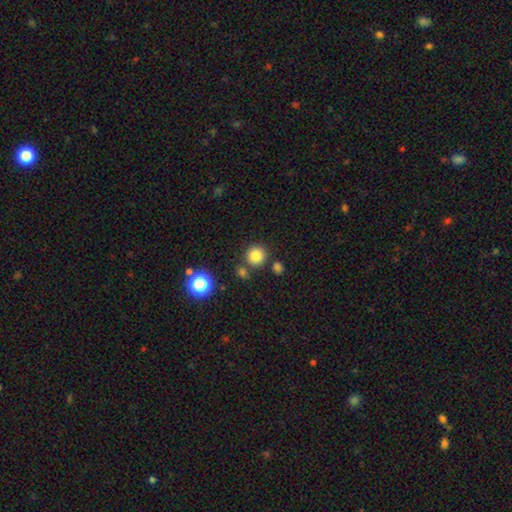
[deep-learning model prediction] This is clearly a smooth galaxy (82%). How rounded: clearly round (92%). Merging: likely none (79%).